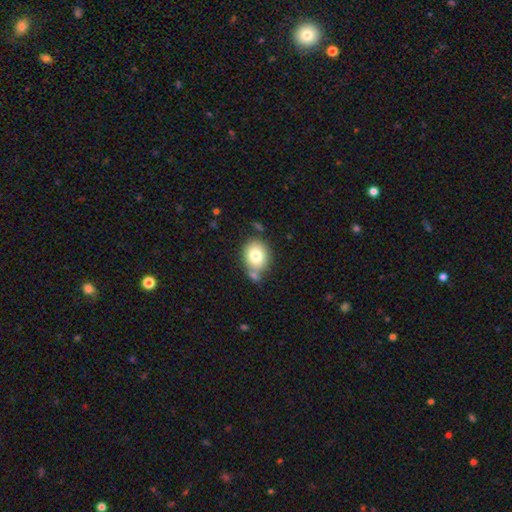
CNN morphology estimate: Q: Smooth or featured?
A: smooth (78%); runner-up: featured or disk (13%)
Q: How rounded?
A: round (53%); runner-up: in between (46%)
Q: Merging?
A: none (61%); runner-up: minor disturbance (18%)